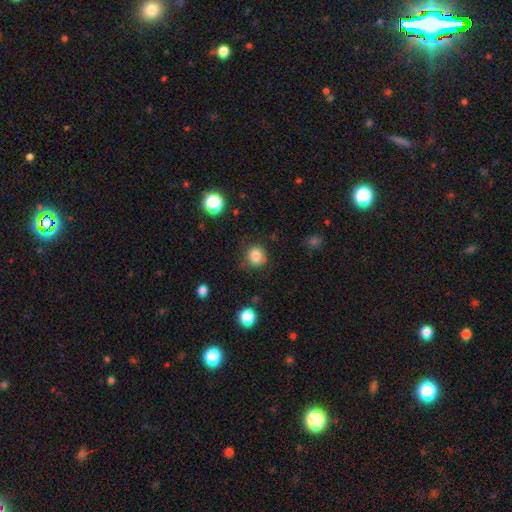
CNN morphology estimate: smooth 84%, star or artifact 11%, featured or disk 5%. Down the decision tree: how rounded — round (86%); merging — none (75%).